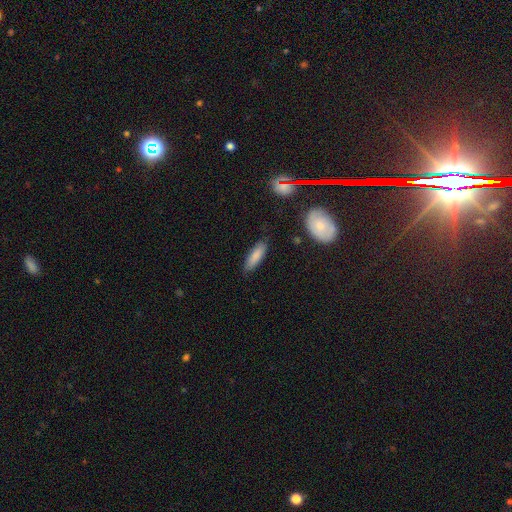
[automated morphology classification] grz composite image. It shows a smooth galaxy with no disk features (83%) that is in between round and cigar-shaped (49%, tied with cigar-shaped). Merging: none (81%).